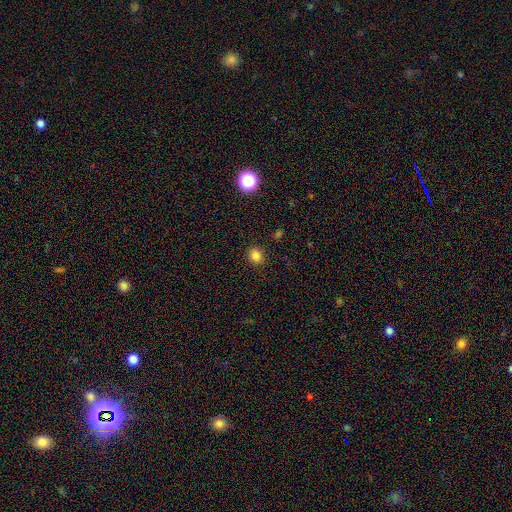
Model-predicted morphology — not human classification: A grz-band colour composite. It shows a smooth galaxy with no disk features (82%) that is round (74%). Merging: none (89%).